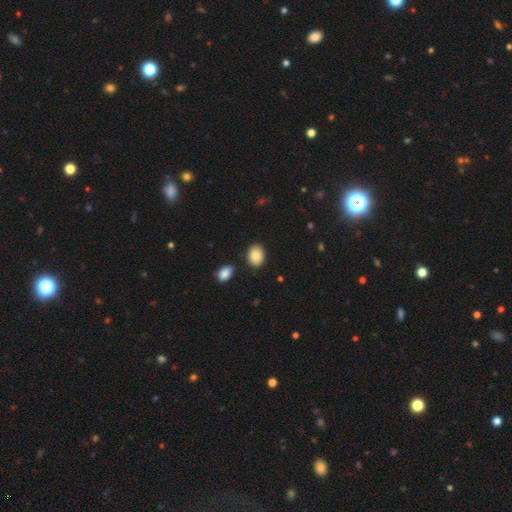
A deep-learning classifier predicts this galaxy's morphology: This is clearly a smooth galaxy (87%). How rounded: likely in between (68%). Merging: clearly none (84%).